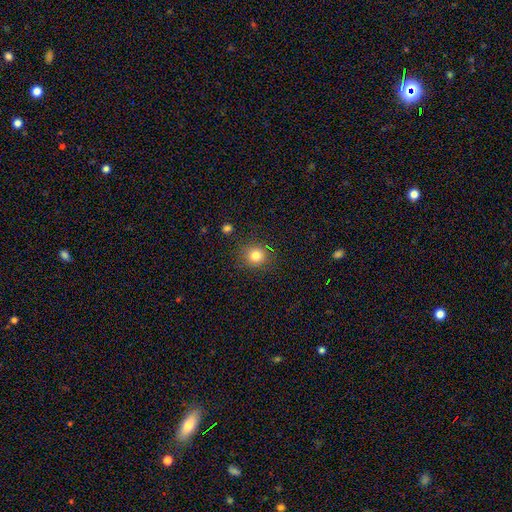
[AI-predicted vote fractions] Smooth or featured: smooth — 81% (star or artifact — 12%)
How rounded: round — 89% (in between — 10%)
Merging: none — 86% (minor disturbance — 9%)